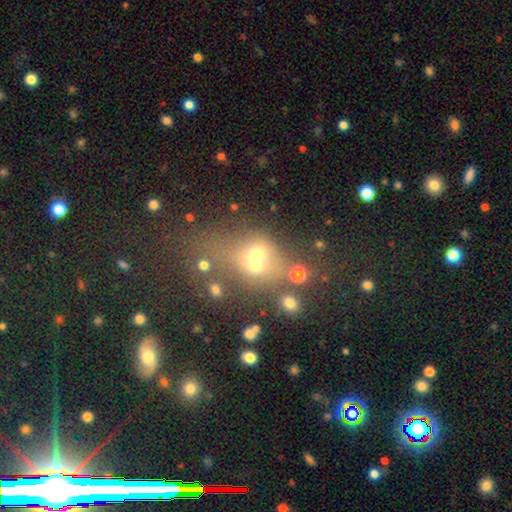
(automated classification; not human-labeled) smooth_or_featured: smooth (p=0.47) [alt: star or artifact p=0.30]
merging: merger (p=0.47) [alt: none p=0.32]